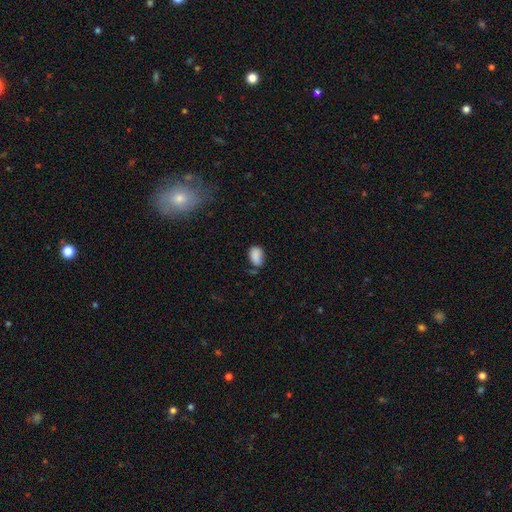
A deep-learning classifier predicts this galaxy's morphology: A smooth galaxy with no disk features (86%) that is in between round and cigar-shaped (86%).

Vote fractions:
- Smooth or featured? smooth: 86% / star or artifact: 9% / featured or disk: 5%
- How rounded? in between: 86% / round: 13% / cigar-shaped: 1%
- Merging? none: 59% / minor disturbance: 29% / major disturbance: 7% / merger: 5%